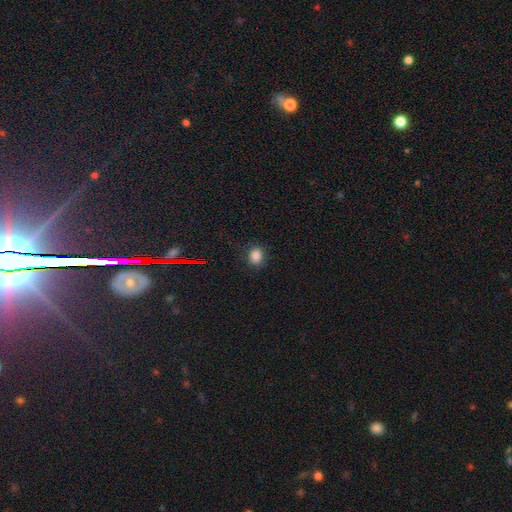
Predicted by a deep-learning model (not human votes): A smooth galaxy with no disk features (82%) that is round (58%).

Vote fractions:
- Smooth or featured? smooth: 82% / star or artifact: 13% / featured or disk: 5%
- How rounded? round: 58% / in between: 41% / cigar-shaped: 1%
- Merging? none: 86% / minor disturbance: 10% / major disturbance: 3% / merger: 1%